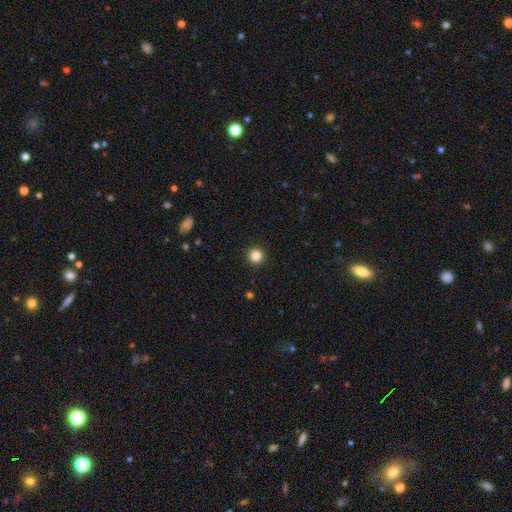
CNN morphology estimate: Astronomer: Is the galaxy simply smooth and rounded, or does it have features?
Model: smooth — 86%.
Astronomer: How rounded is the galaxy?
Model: round — 96%.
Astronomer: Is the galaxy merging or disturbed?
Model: none — 93%.